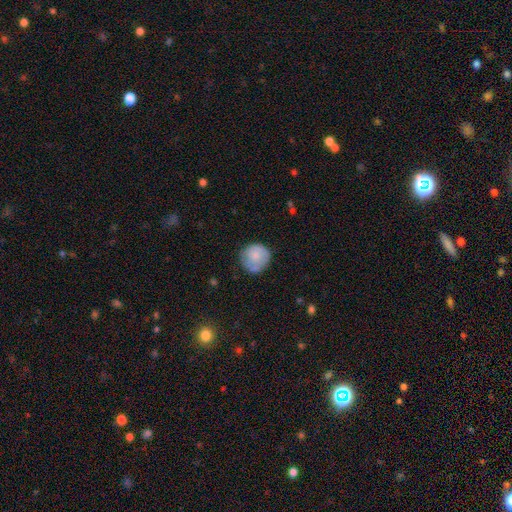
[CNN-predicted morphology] Q: Smooth or featured?
A: smooth (73%); runner-up: featured or disk (20%)
Q: How rounded?
A: round (91%); runner-up: in between (9%)
Q: Merging?
A: none (67%); runner-up: minor disturbance (23%)